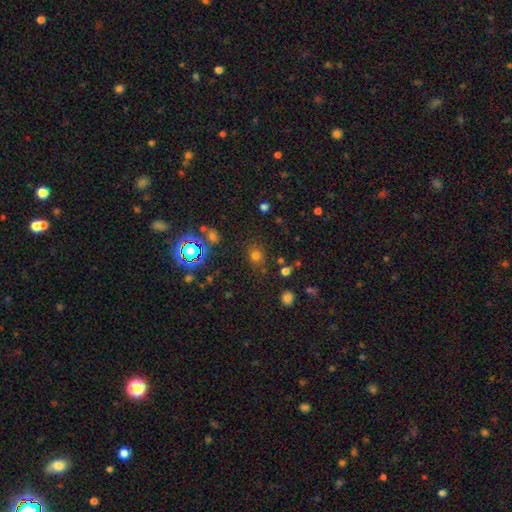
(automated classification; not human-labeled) Smooth or featured: smooth — 68% (star or artifact — 25%)
How rounded: round — 73% (in between — 26%)
Merging: none — 78% (minor disturbance — 12%)